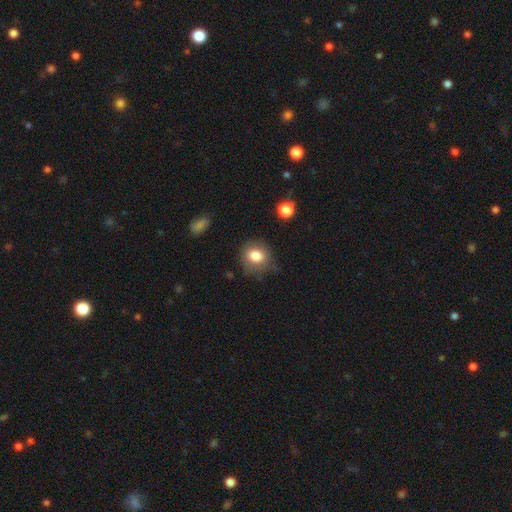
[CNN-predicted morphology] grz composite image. It shows a smooth galaxy with no disk features (80%) that is round (66%). Merging: none (73%).